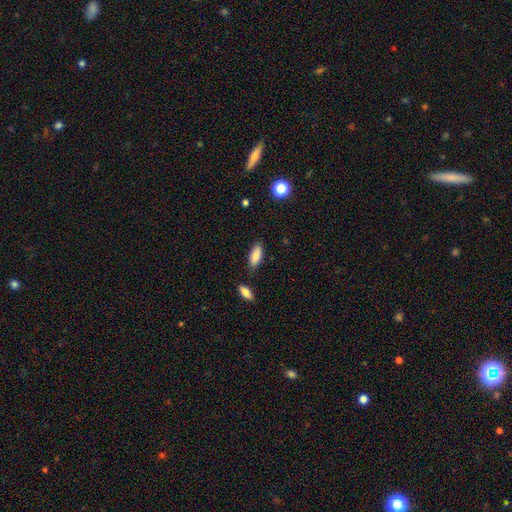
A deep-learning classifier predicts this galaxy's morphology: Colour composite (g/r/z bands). It shows a smooth galaxy with no disk features (87%) that is in between round and cigar-shaped (77%). Merging: none (82%).